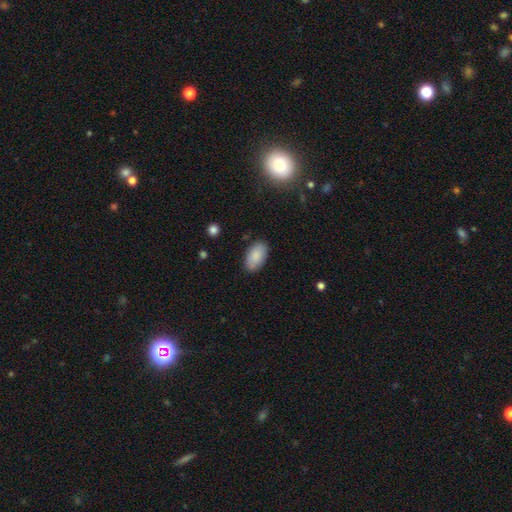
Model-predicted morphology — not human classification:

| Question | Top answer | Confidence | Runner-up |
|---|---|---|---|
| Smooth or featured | smooth | 87% | featured or disk (7%) |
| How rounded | in between | 94% | round (4%) |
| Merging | none | 84% | minor disturbance (12%) |